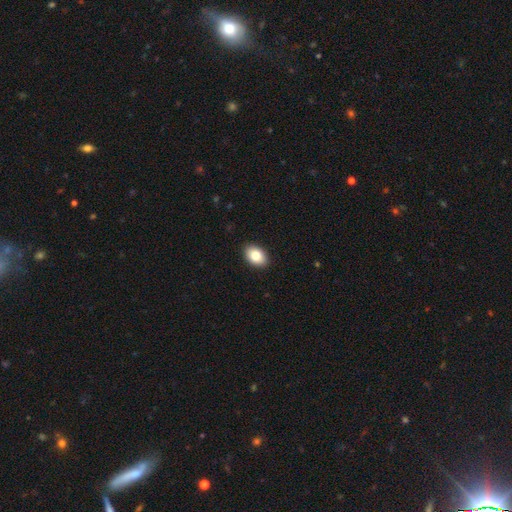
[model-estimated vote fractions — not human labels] This is clearly a smooth galaxy (84%). How rounded: clearly in between (85%). Merging: clearly none (90%).